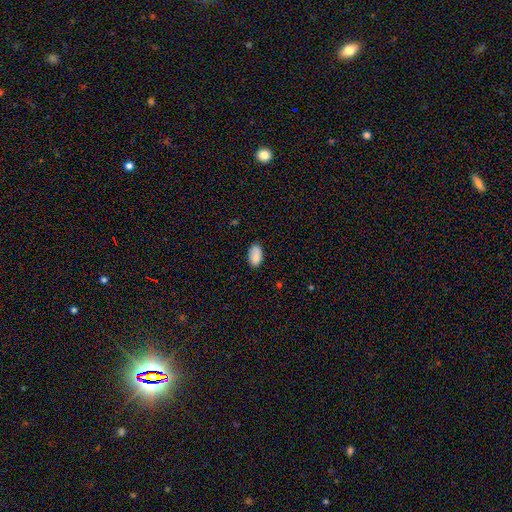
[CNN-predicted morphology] smooth-or-featured: smooth: 85% | star or artifact: 8% | featured or disk: 7%
  how-rounded: in between: 92% | round: 6% | cigar-shaped: 1%
  merging: none: 77% | minor disturbance: 17% | major disturbance: 3% | merger: 2%